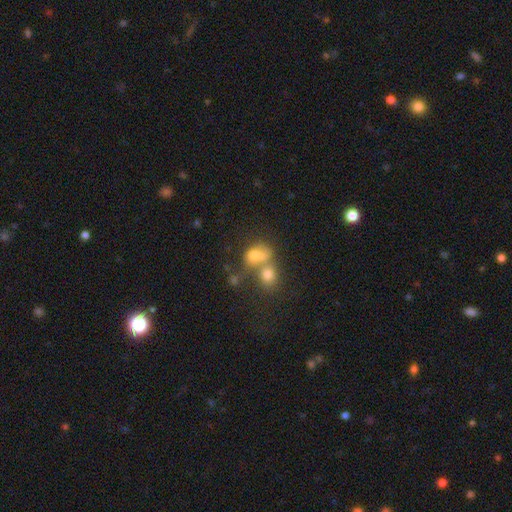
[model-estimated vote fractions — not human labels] Overall: smooth (66%). How rounded: in between (58%; round 40%). Merging: merger (61%; none 23%).